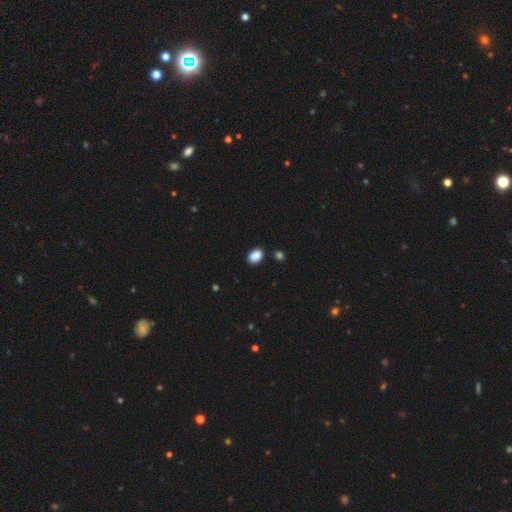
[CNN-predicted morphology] Smooth or featured? smooth (88%)
How rounded? in between (79%)
Merging? none (85%)